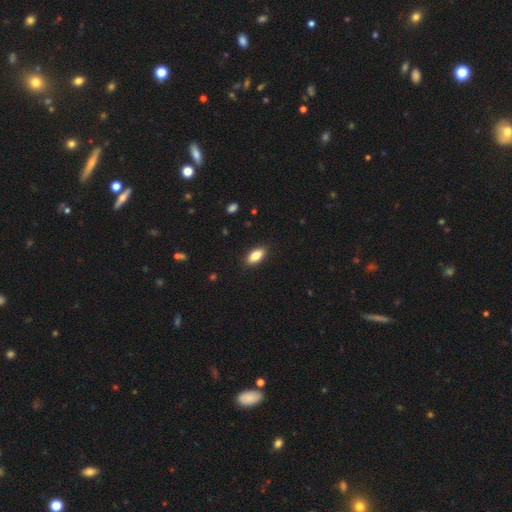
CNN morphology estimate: A smooth galaxy with no disk features (82%) that is in between round and cigar-shaped (85%).

Vote fractions:
- Smooth or featured? smooth: 82% / featured or disk: 11% / star or artifact: 7%
- How rounded? in between: 85% / cigar-shaped: 12% / round: 3%
- Merging? none: 89% / minor disturbance: 9% / major disturbance: 2% / merger: 1%